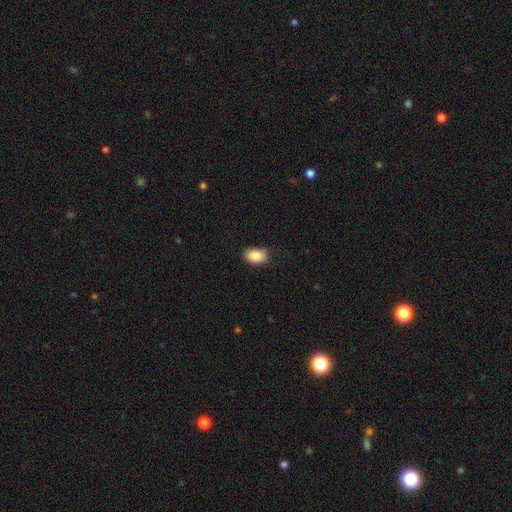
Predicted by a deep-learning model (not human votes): Smooth or featured? Predicted: smooth (p=0.86). How rounded? Predicted: in between (p=0.90). Merging? Predicted: none (p=0.76).